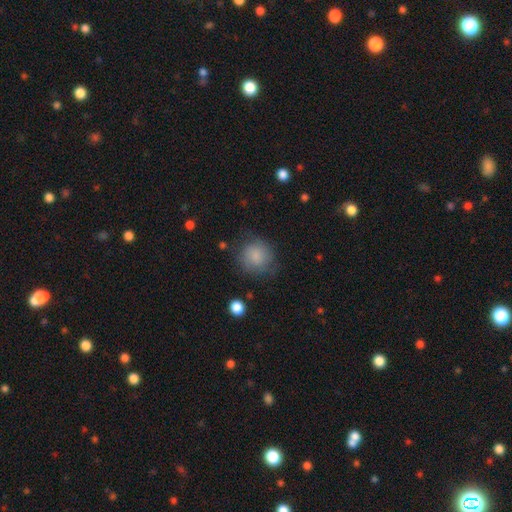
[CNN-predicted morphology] A smooth galaxy with no disk features (79%) that is round (87%).

Vote fractions:
- Smooth or featured? smooth: 79% / featured or disk: 13% / star or artifact: 8%
- How rounded? round: 87% / in between: 12% / cigar-shaped: 1%
- Merging? none: 71% / minor disturbance: 19% / major disturbance: 8% / merger: 2%